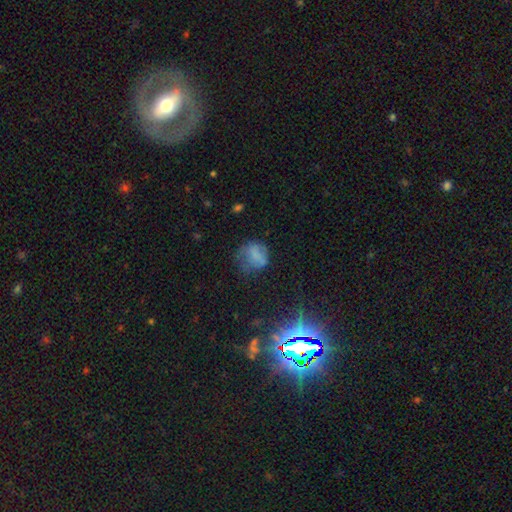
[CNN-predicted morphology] A smooth galaxy with no disk features (61%) that is round (62%).

Vote fractions:
- Smooth or featured? smooth: 61% / featured or disk: 23% / star or artifact: 16%
- How rounded? round: 62% / in between: 36% / cigar-shaped: 2%
- Merging? none: 42% / major disturbance: 28% / minor disturbance: 27% / merger: 3%